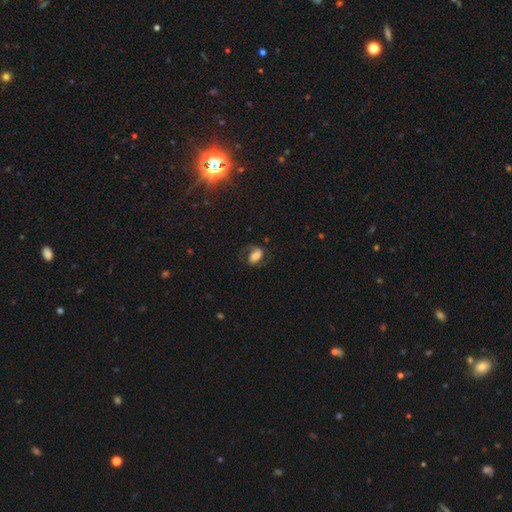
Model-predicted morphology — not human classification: This is possibly a smooth galaxy (47%). Merging: likely none (61%).